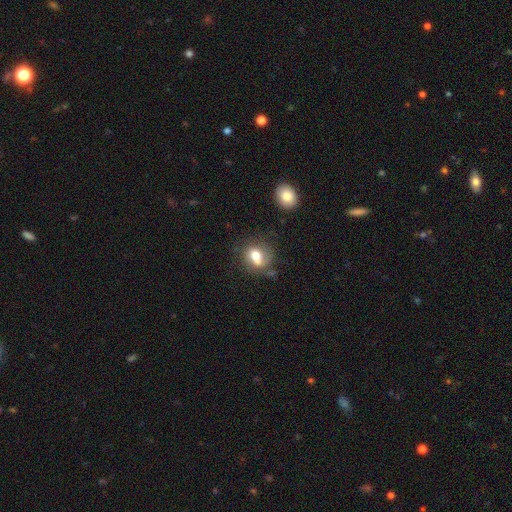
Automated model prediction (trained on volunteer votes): smooth 66%, featured or disk 24%, star or artifact 10%. Down the decision tree: how rounded — round (52%); merging — none (48%).